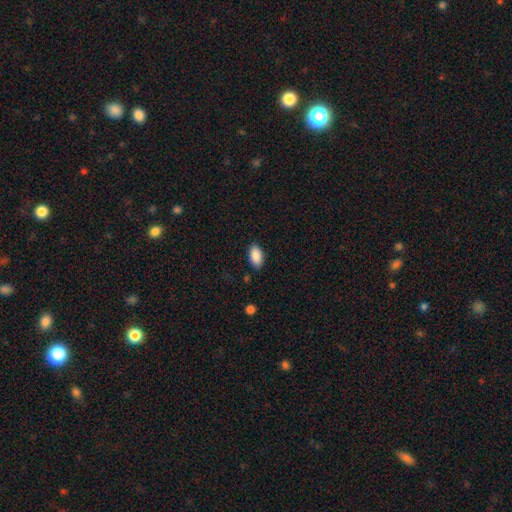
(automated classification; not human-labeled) Morphology: type=smooth (89%); roundness=in between (94%); merging=none (86%).